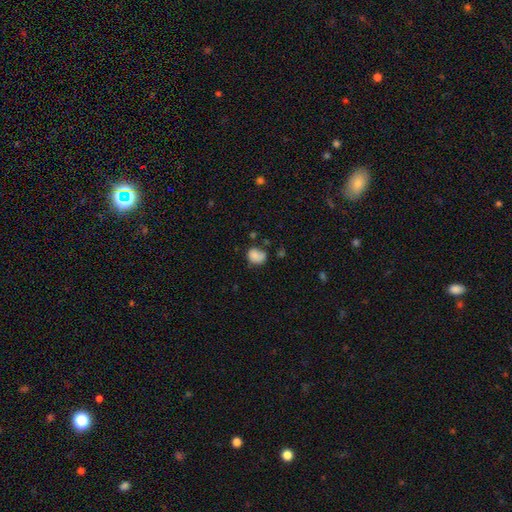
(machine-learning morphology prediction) This is likely a smooth galaxy (79%). How rounded: possibly round (51%). Merging: possibly none (49%).